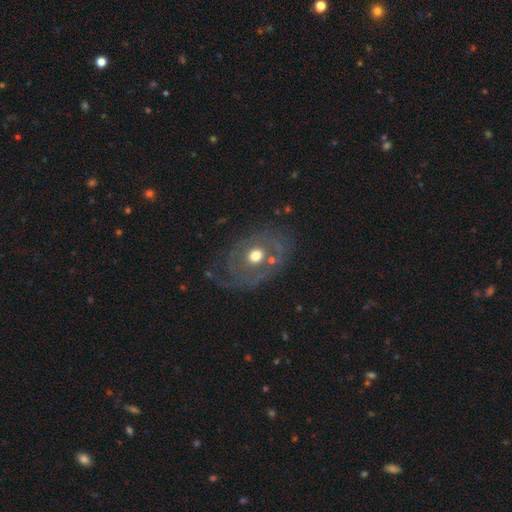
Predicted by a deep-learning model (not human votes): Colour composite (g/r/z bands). It shows a featured or disk galaxy (64%) with no bar (82%), spiral arms (53%) and a moderate central bulge (70%). Merging: none (71%).